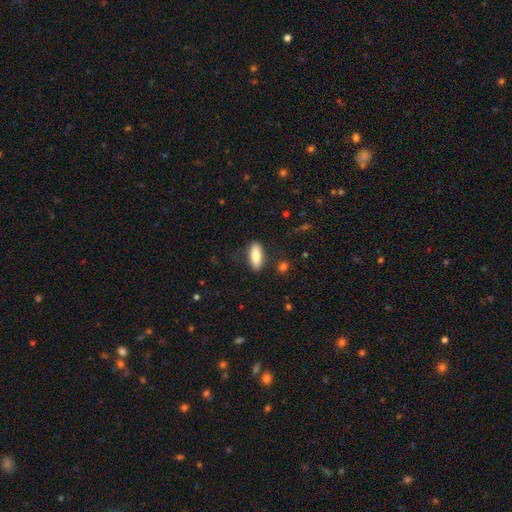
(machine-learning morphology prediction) smooth 78%, featured or disk 16%, star or artifact 6%. Down the decision tree: how rounded — in between (75%); merging — none (84%).